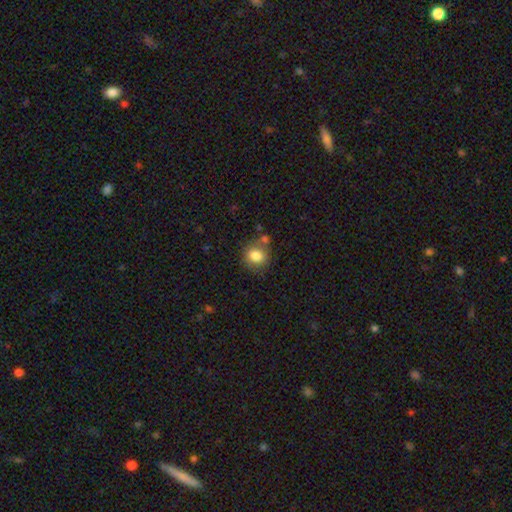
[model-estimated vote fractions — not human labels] smooth_or_featured: smooth (p=0.83) [alt: star or artifact p=0.09]
how_rounded: round (p=0.75) [alt: in between p=0.24]
merging: none (p=0.68) [alt: minor disturbance p=0.15]